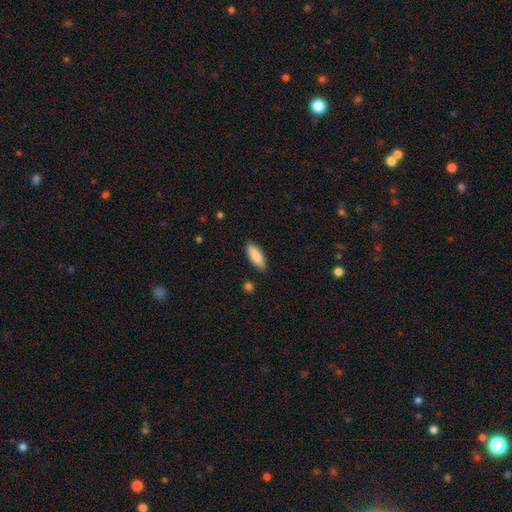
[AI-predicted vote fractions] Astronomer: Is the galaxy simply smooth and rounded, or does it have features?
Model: smooth — 89%.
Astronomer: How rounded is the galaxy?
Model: in between — 72%.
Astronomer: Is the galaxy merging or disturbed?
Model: none — 88%.